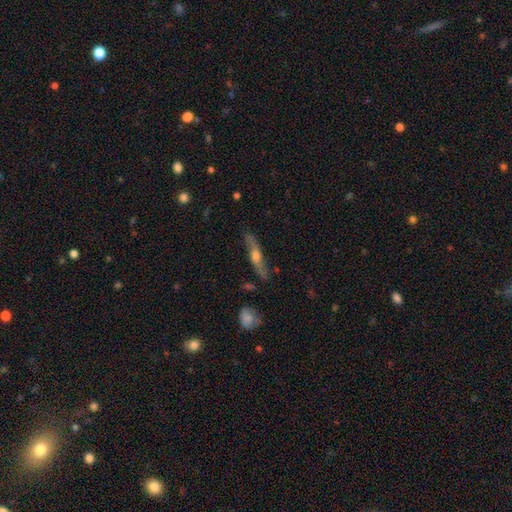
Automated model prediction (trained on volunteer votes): featured or disk 68%, smooth 25%, star or artifact 7%. Down the decision tree: edge-on disk — yes (78%); edge-on bulge — rounded (88%); merging — none (81%).